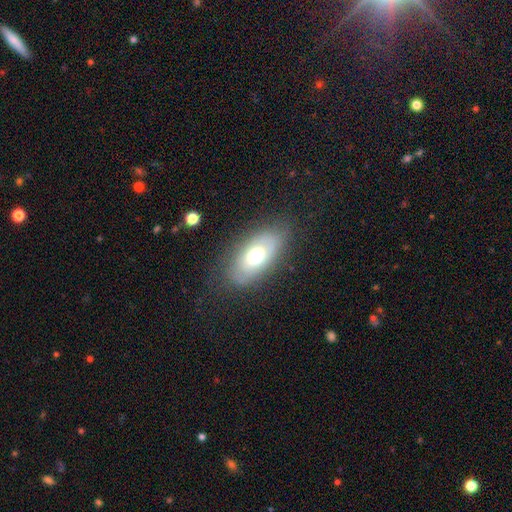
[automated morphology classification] A smooth galaxy with no disk features (59%) that is in between round and cigar-shaped (88%). Merging: none (76%).